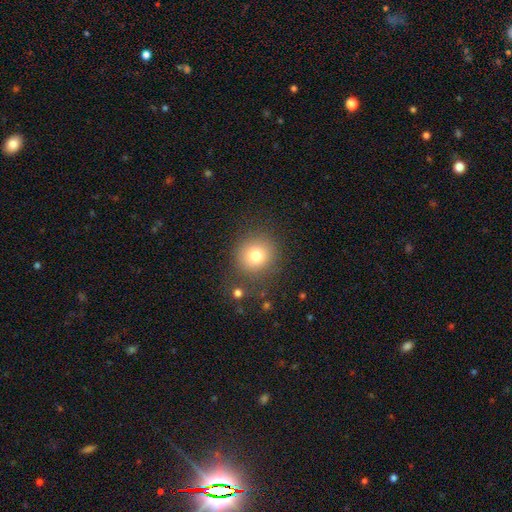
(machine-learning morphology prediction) smooth-or-featured: smooth: 78% | star or artifact: 13% | featured or disk: 9%
  how-rounded: round: 89% | in between: 10% | cigar-shaped: 1%
  merging: none: 82% | minor disturbance: 10% | major disturbance: 5% | merger: 3%